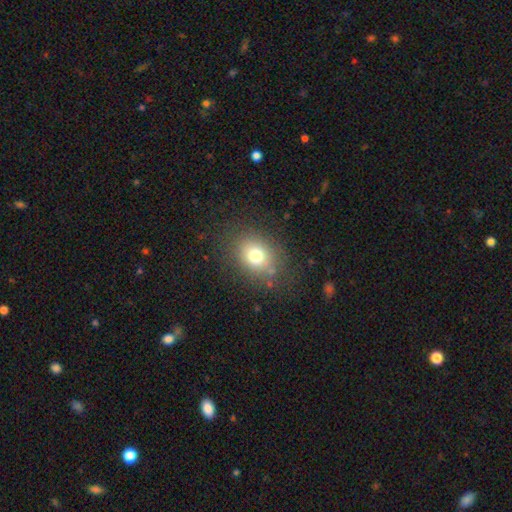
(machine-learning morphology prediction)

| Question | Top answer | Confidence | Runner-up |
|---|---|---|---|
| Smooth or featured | smooth | 75% | star or artifact (14%) |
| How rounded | round | 53% | in between (46%) |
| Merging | none | 80% | minor disturbance (13%) |